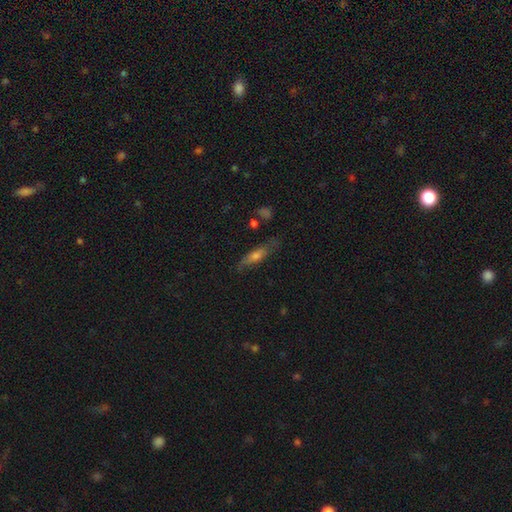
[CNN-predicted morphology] smooth-or-featured: smooth: 50% | featured or disk: 41% | star or artifact: 9%
  merging: none: 69% | minor disturbance: 21% | major disturbance: 7% | merger: 3%